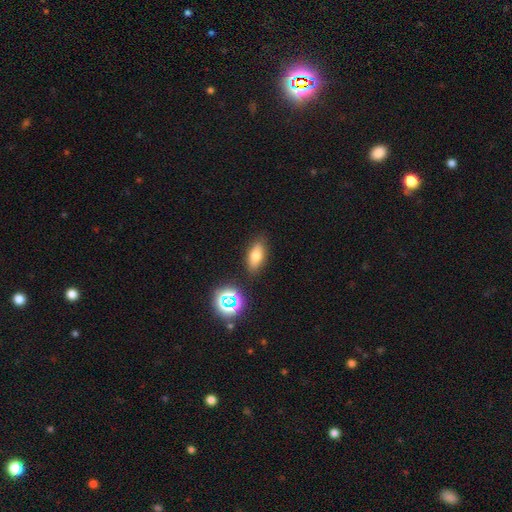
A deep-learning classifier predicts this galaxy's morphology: This appears to be a smooth galaxy with no disk features (70%) that is in between round and cigar-shaped (81%). Merging: none (84%).